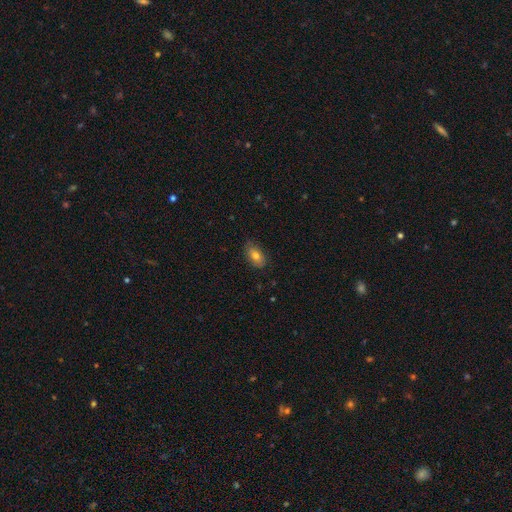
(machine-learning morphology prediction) Smooth or featured?
  - smooth: 78% *
  - featured or disk: 13%
  - star or artifact: 9%
How rounded?
  - in between: 88% *
  - round: 8%
  - cigar-shaped: 3%
Merging?
  - none: 79% *
  - minor disturbance: 17%
  - major disturbance: 3%
  - merger: 1%